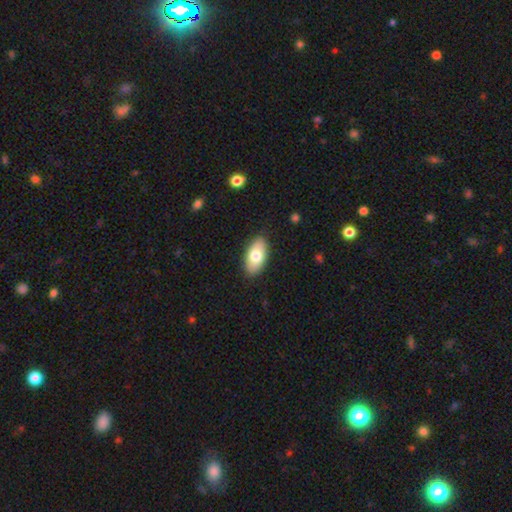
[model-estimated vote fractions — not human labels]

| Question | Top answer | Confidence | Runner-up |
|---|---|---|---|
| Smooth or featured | smooth | 74% | featured or disk (20%) |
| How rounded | in between | 93% | cigar-shaped (4%) |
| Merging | none | 87% | minor disturbance (9%) |